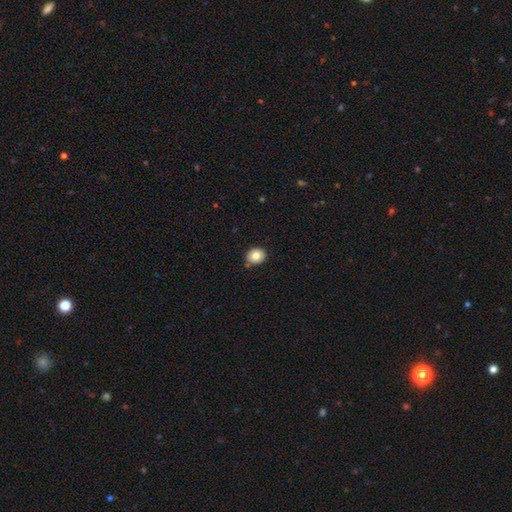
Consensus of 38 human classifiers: Q: Smooth or featured?
A: smooth (71%); runner-up: featured or disk (21%)
Q: How rounded?
A: round (59%); runner-up: in between (41%)
Q: Merging?
A: none (74%); runner-up: minor disturbance (20%)